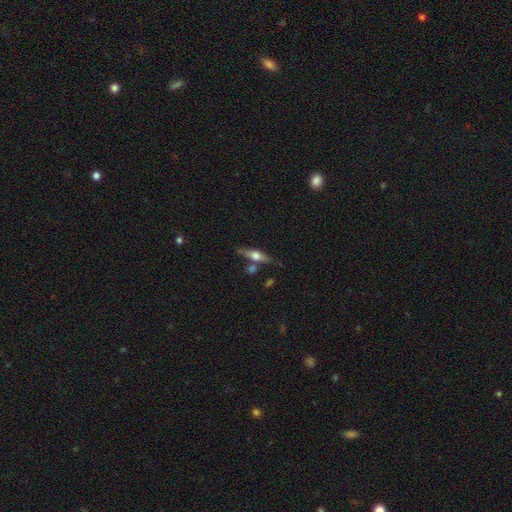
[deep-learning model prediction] Q: Smooth or featured?
A: featured or disk (54%); runner-up: smooth (39%)
Q: Edge-on disk?
A: yes (92%); runner-up: no (8%)
Q: Merging?
A: none (72%); runner-up: minor disturbance (14%)